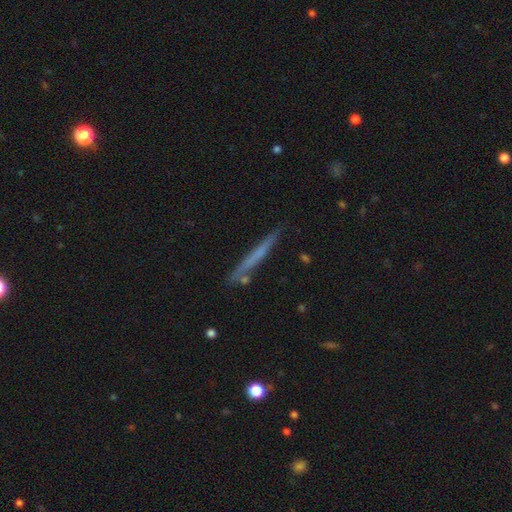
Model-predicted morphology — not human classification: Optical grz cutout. It shows a smooth galaxy with no disk features (50%) that is cigar-shaped (96%). Merging: none (82%).